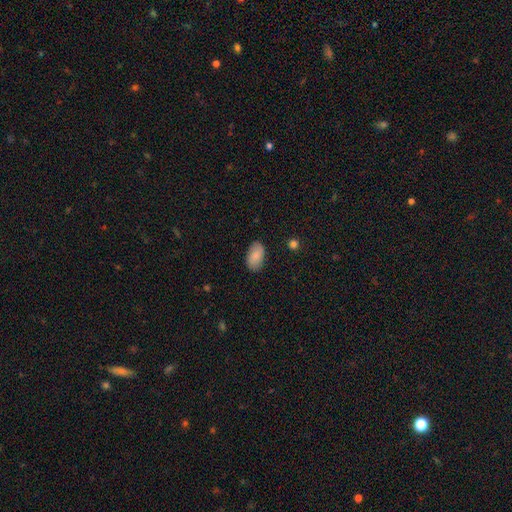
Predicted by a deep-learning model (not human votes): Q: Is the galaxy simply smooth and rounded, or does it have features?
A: smooth — 83%.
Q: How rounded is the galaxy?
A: in between — 94%.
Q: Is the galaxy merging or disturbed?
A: none — 85%.